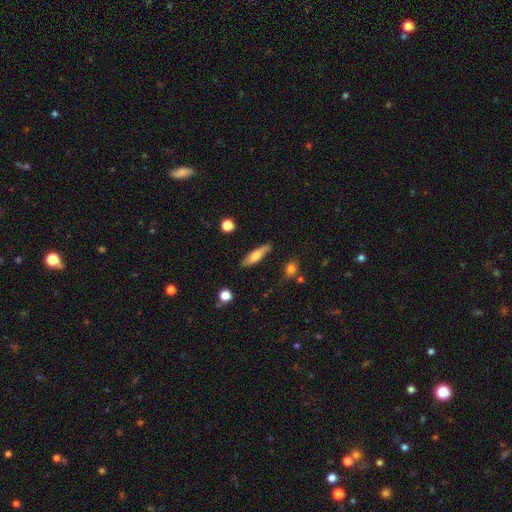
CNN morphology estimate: Overall: smooth (66%; featured or disk 28%). How rounded: cigar-shaped (68%; in between 30%). Merging: none (78%).